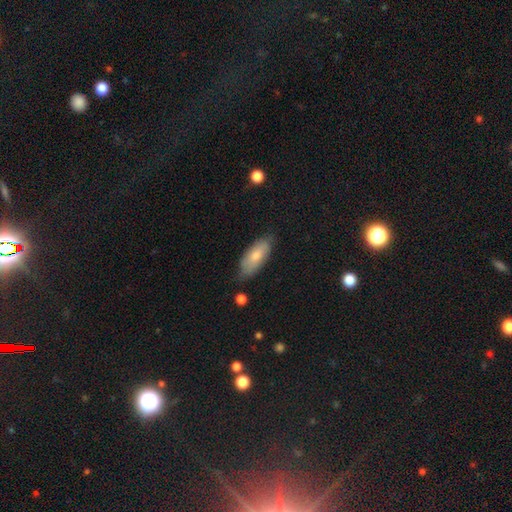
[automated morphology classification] Smooth or featured? Predicted: smooth (p=0.77). How rounded? Predicted: in between (p=0.83). Merging? Predicted: none (p=0.72).